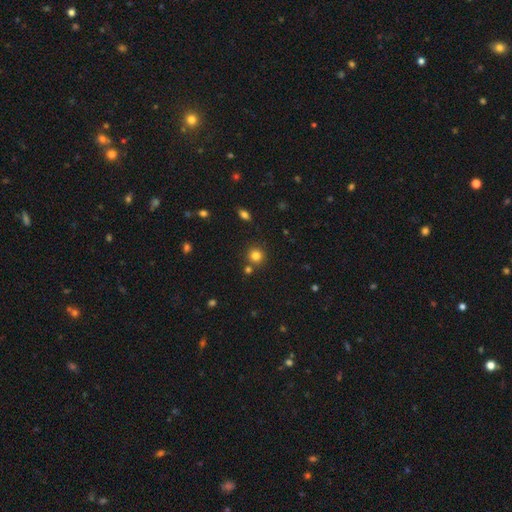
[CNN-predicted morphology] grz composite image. It shows a smooth galaxy with no disk features (80%) that is round (92%). Merging: none (79%).